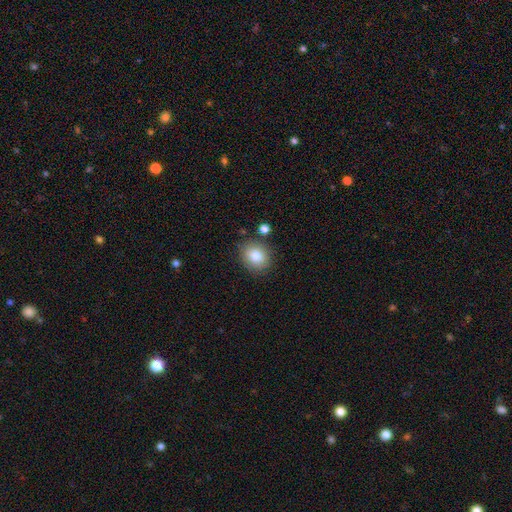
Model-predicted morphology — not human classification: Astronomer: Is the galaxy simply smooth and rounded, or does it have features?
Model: smooth — 85%.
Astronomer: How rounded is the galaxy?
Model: round — 62%.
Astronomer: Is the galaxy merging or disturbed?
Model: none — 80%.